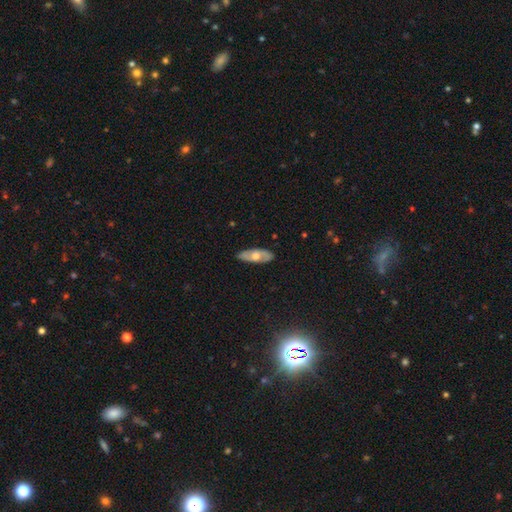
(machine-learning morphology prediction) This is possibly a featured or disk galaxy (49%). Merging: clearly none (87%).